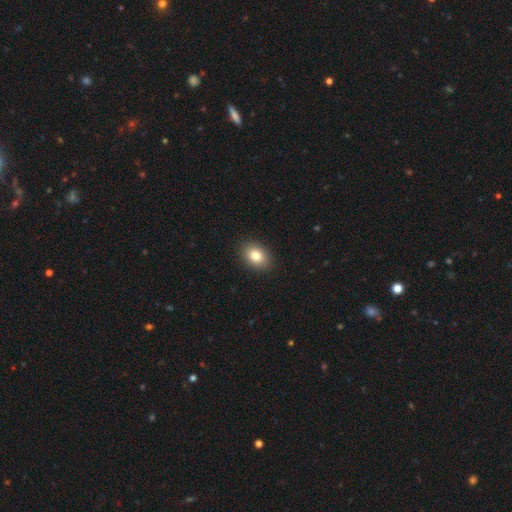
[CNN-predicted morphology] Smooth or featured? smooth (84%)
How rounded? in between (75%)
Merging? none (90%)